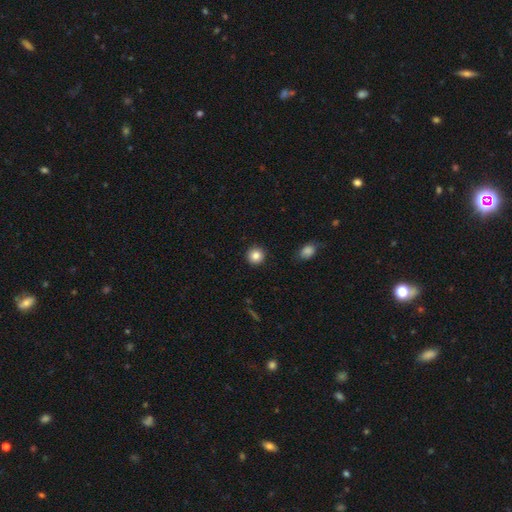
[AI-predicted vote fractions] Smooth or featured: smooth — 85% (star or artifact — 10%)
How rounded: round — 93% (in between — 6%)
Merging: none — 92% (minor disturbance — 5%)